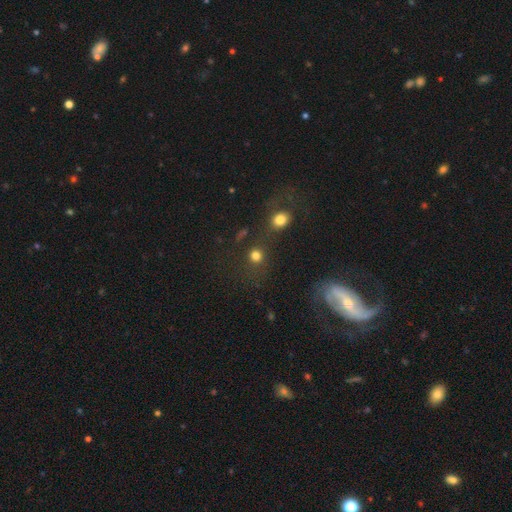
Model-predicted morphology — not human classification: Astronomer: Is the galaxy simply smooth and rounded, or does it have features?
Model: smooth — 78%.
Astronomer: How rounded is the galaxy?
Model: round — 88%.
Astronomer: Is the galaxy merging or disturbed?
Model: none — 68%.